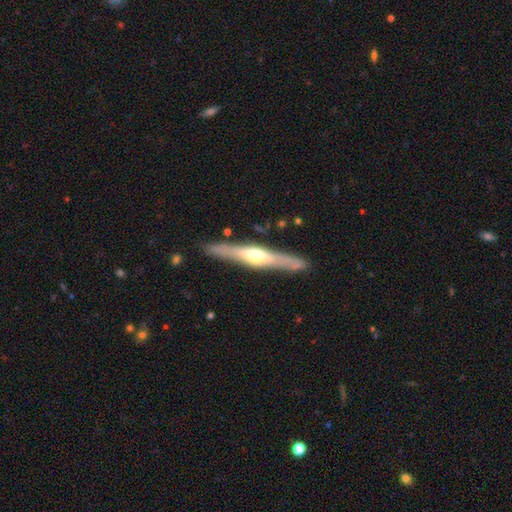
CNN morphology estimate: featured or disk 69%, smooth 26%, star or artifact 5%. Down the decision tree: edge-on disk — yes (95%); edge-on bulge — rounded (89%); merging — none (88%).